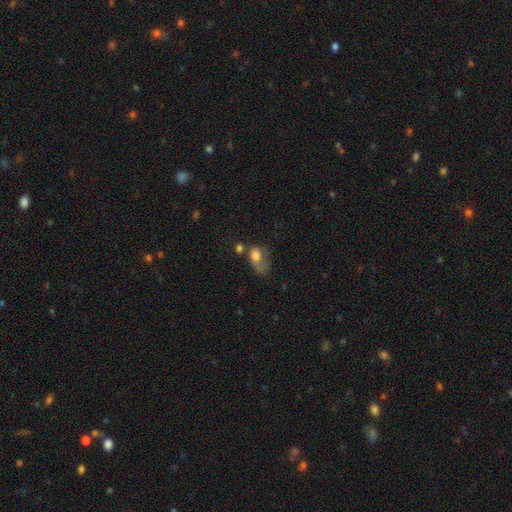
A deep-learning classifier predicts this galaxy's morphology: The model was most divided on "merging": major disturbance: 48%, none: 19%, minor disturbance: 17%, merger: 16%. More confident: how rounded — in between (73%); smooth or featured — smooth (66%).